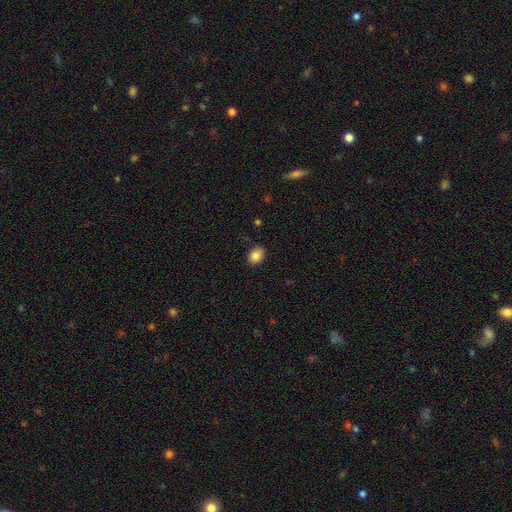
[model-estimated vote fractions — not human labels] Q: Smooth or featured?
A: smooth (86%); runner-up: star or artifact (9%)
Q: How rounded?
A: in between (63%); runner-up: round (36%)
Q: Merging?
A: none (87%); runner-up: minor disturbance (9%)